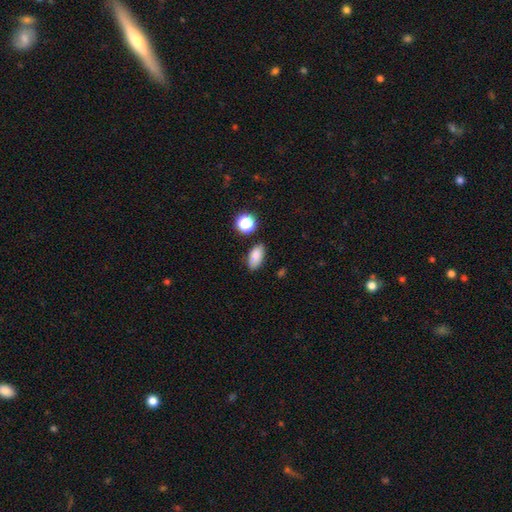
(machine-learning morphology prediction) Smooth or featured: smooth — 83% (star or artifact — 10%)
How rounded: in between — 88% (round — 7%)
Merging: none — 79% (minor disturbance — 14%)